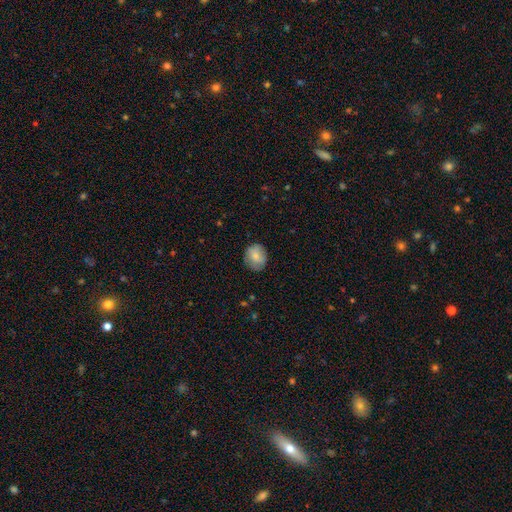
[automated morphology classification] This is likely a smooth galaxy (79%). How rounded: likely round (61%). Merging: likely none (78%).